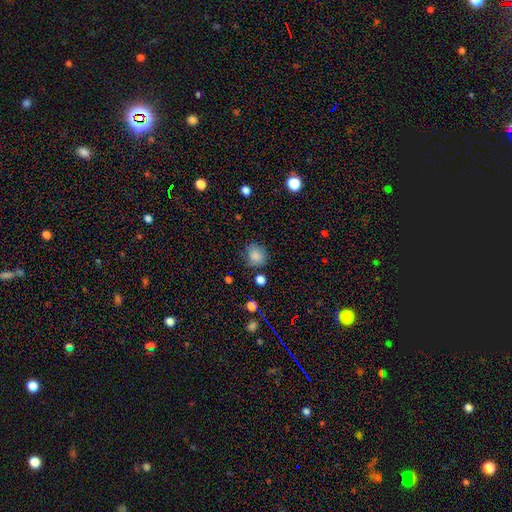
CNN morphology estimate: type=smooth (84%); roundness=round (75%); merging=none (72%).